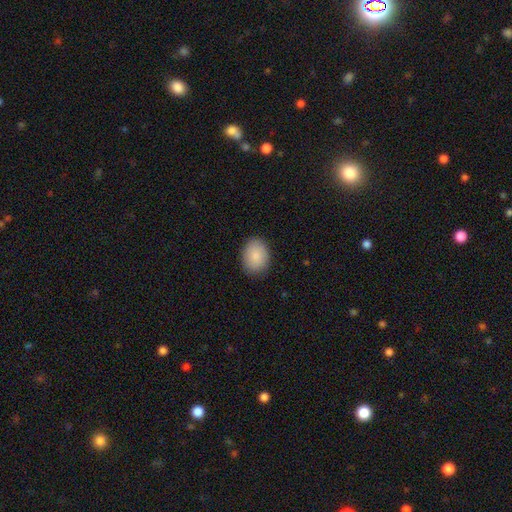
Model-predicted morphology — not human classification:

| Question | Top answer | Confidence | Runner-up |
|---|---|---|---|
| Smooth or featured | smooth | 87% | star or artifact (7%) |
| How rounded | in between | 66% | round (33%) |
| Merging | none | 87% | minor disturbance (10%) |